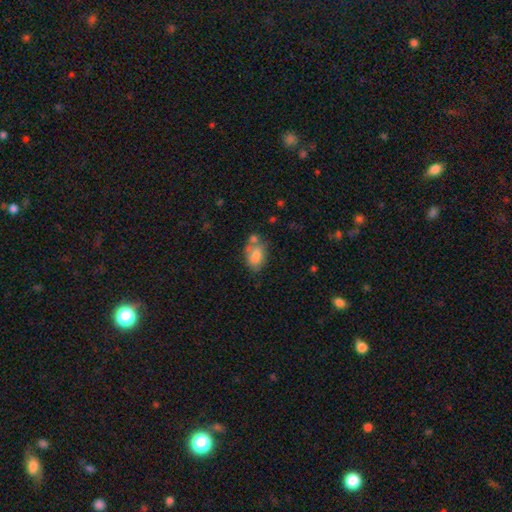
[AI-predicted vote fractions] smooth-or-featured: smooth: 77% | featured or disk: 15% | star or artifact: 8%
  how-rounded: in between: 88% | round: 10% | cigar-shaped: 2%
  merging: none: 48% | merger: 23% | minor disturbance: 21% | major disturbance: 7%